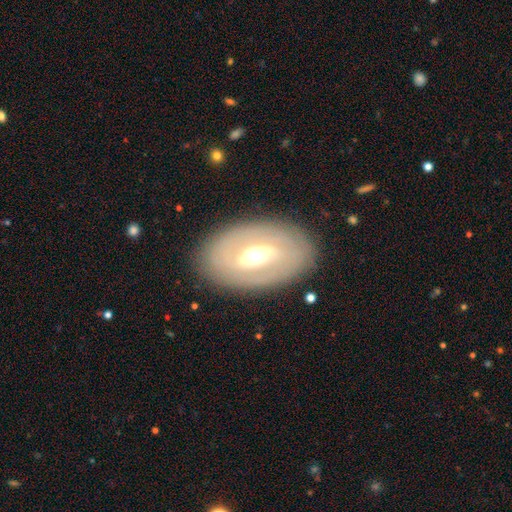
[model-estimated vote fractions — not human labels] Smooth or featured? Predicted: featured or disk (p=0.70). Edge-on disk? Predicted: no (p=0.91). Bar? Predicted: weak (p=0.42). Spiral arms? Predicted: no (p=0.53). Bulge size? Predicted: moderate (p=0.68). Merging? Predicted: none (p=0.84).